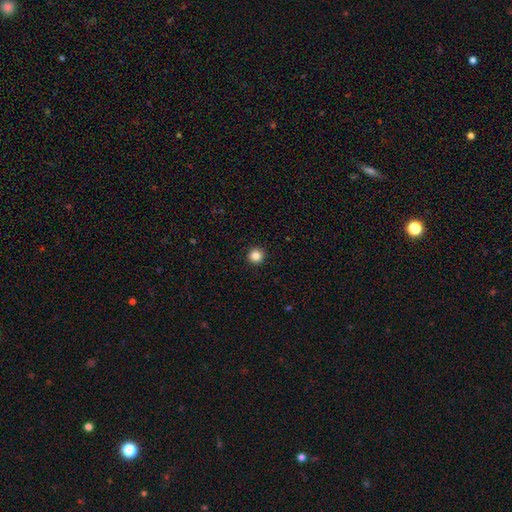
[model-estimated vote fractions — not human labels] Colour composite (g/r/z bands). It shows a smooth galaxy with no disk features (86%) that is round (96%). Merging: none (93%).